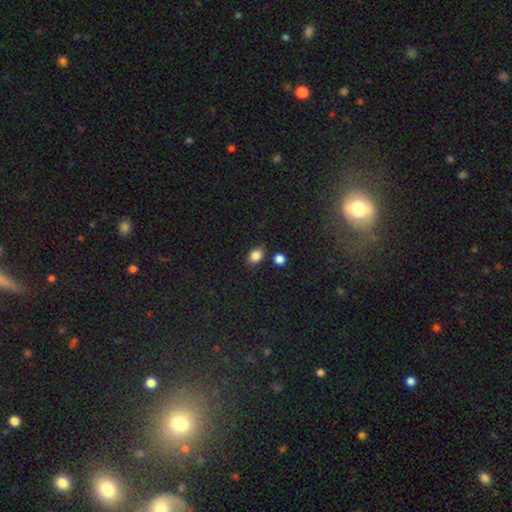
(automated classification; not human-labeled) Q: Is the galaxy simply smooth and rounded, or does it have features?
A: smooth — 85%.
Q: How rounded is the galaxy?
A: in between — 60%.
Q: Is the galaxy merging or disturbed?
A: none — 77%.